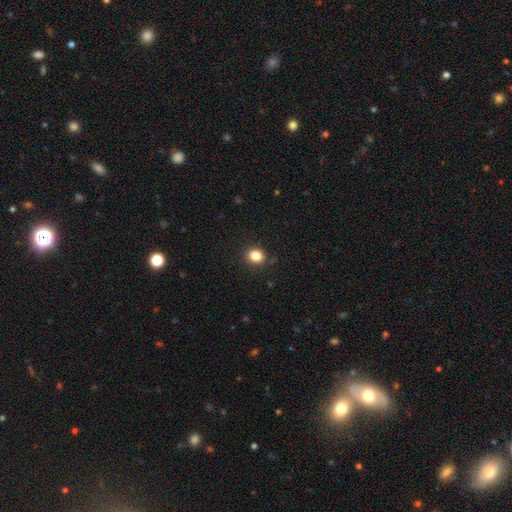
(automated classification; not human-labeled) Overall: smooth (84%). How rounded: round (76%). Merging: none (88%).